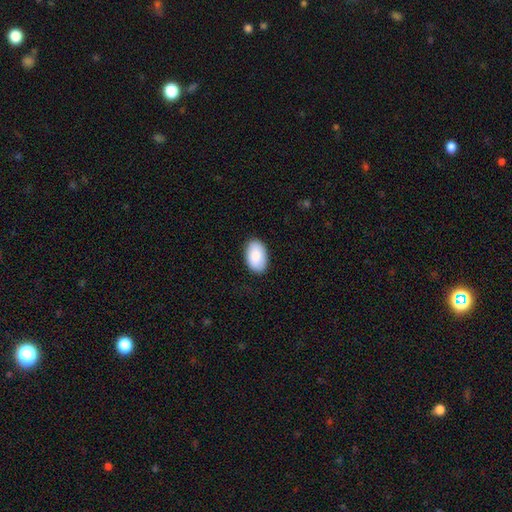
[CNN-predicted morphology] type=smooth (87%); roundness=in between (94%); merging=none (87%).